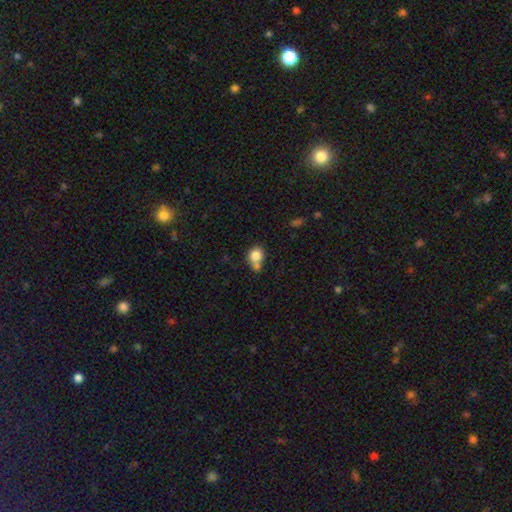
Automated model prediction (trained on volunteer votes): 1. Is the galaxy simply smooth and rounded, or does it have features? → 81% smooth, 10% star or artifact, 9% featured or disk.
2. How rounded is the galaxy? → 76% round, 23% in between, 1% cigar-shaped.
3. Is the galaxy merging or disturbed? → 45% none, 38% merger, 12% minor disturbance, 5% major disturbance.